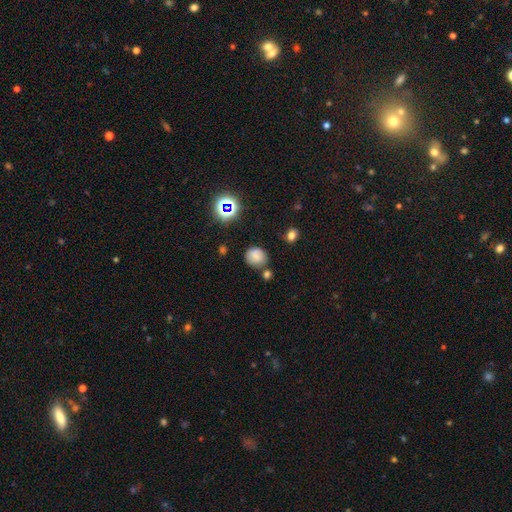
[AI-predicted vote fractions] This is likely a smooth galaxy (71%). How rounded: likely round (72%). Merging: likely none (69%).